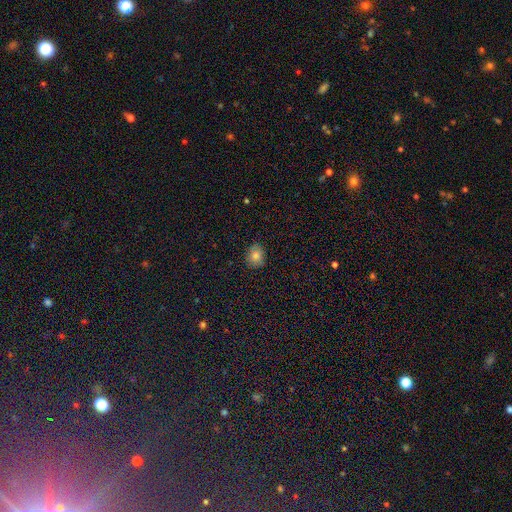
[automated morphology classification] This appears to be a smooth galaxy with no disk features (77%) that is round (66%). Merging: none (85%).